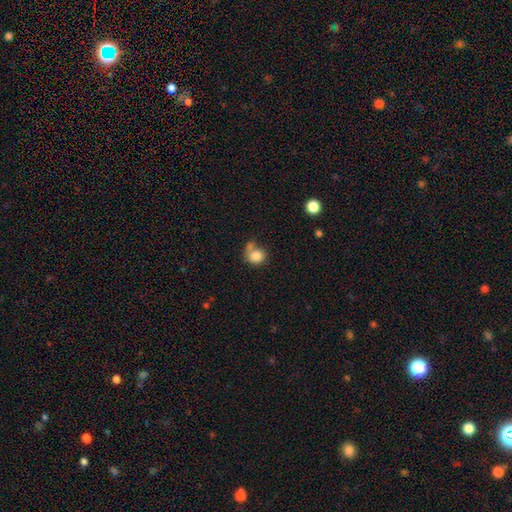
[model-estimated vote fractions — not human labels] Smooth or featured? smooth (81%)
How rounded? round (78%)
Merging? none (43%)